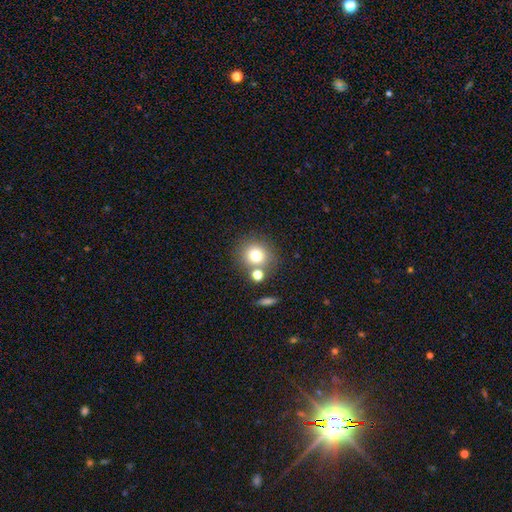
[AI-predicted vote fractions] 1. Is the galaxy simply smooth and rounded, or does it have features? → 76% smooth, 13% star or artifact, 11% featured or disk.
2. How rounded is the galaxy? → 87% round, 12% in between, 1% cigar-shaped.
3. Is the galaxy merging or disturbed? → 68% none, 19% merger, 9% minor disturbance, 4% major disturbance.